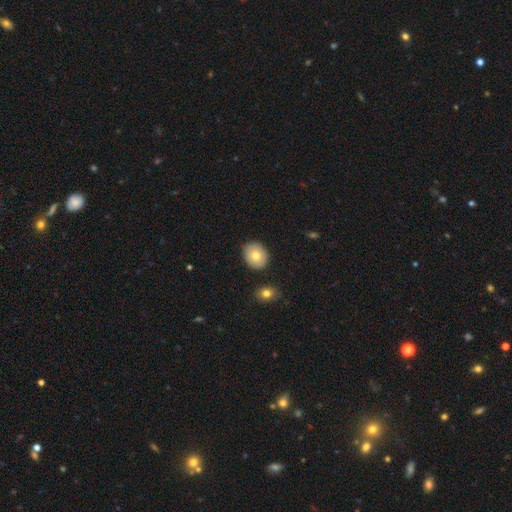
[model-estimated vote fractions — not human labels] Smooth or featured?
  - smooth: 78% *
  - featured or disk: 14%
  - star or artifact: 8%
How rounded?
  - round: 53% *
  - in between: 46%
  - cigar-shaped: 1%
Merging?
  - none: 86% *
  - minor disturbance: 10%
  - merger: 3%
  - major disturbance: 2%